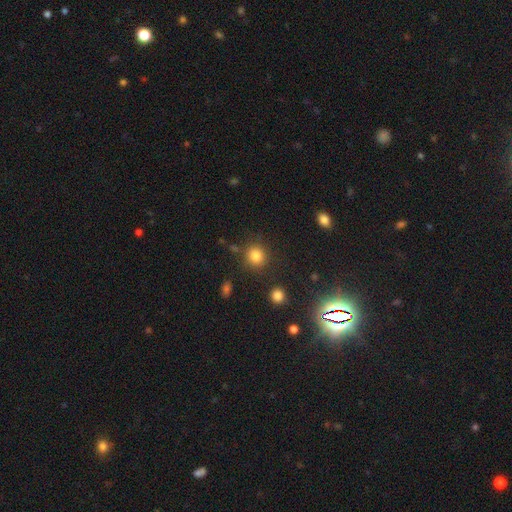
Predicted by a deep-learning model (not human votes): The model was most divided on "smooth or featured": smooth: 82%, star or artifact: 13%, featured or disk: 6%. More confident: how rounded — round (88%); merging — none (83%).